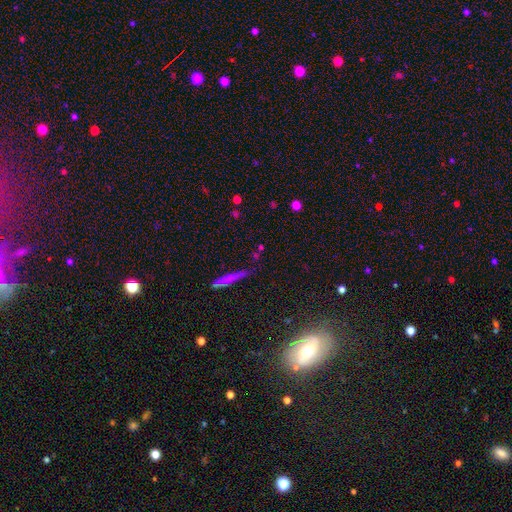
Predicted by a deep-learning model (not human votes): Overall: smooth (51%; star or artifact 29%). How rounded: cigar-shaped (61%; round 22%). Merging: none (75%).